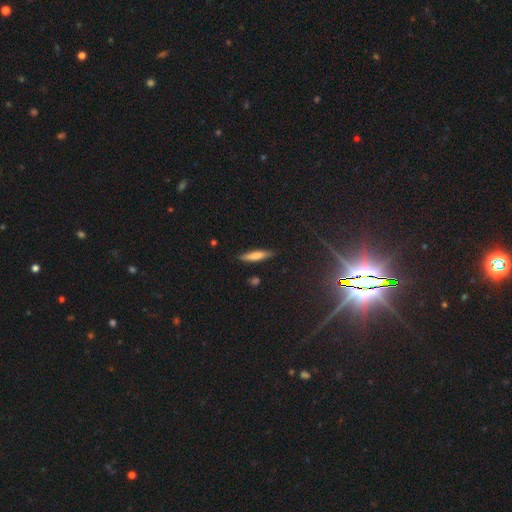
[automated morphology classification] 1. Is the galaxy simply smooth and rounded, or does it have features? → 72% smooth, 21% featured or disk, 7% star or artifact.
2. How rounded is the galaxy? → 84% cigar-shaped, 14% in between, 2% round.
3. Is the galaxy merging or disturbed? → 86% none, 10% minor disturbance, 2% major disturbance, 2% merger.